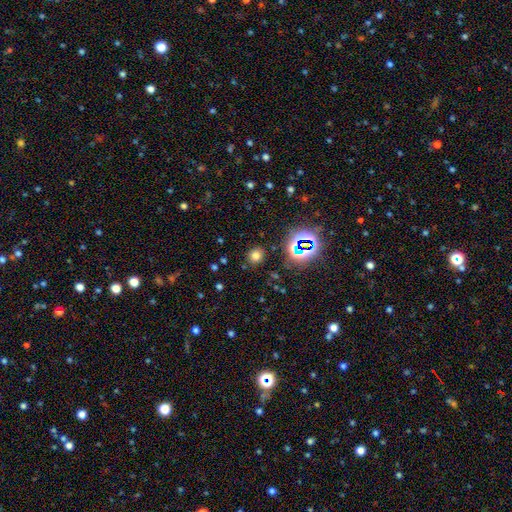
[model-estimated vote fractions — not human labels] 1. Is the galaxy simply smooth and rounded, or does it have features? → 68% smooth, 25% star or artifact, 7% featured or disk.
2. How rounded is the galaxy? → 80% round, 19% in between, 1% cigar-shaped.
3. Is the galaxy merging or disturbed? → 87% none, 8% minor disturbance, 3% major disturbance, 2% merger.